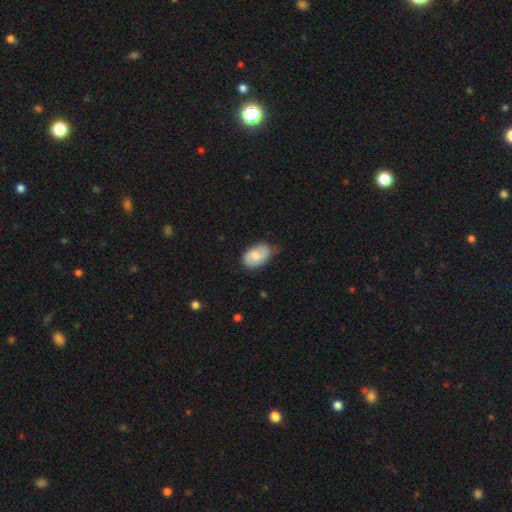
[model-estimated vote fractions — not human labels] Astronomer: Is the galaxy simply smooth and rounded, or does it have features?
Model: smooth — 58% (runner-up: featured or disk, 35%).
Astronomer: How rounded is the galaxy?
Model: in between — 90%.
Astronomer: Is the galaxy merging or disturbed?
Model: none — 63%.